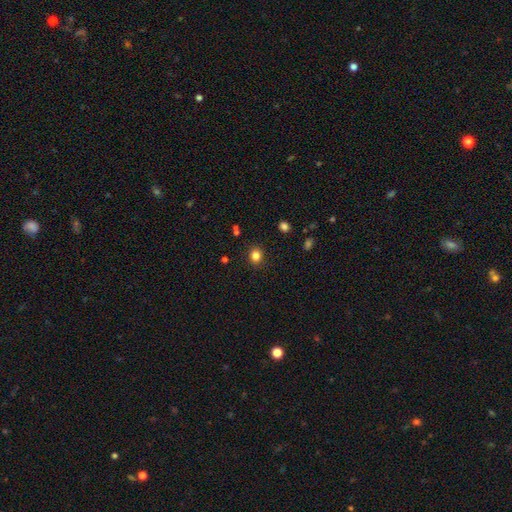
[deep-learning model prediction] Smooth or featured?
  - smooth: 83% *
  - star or artifact: 12%
  - featured or disk: 5%
How rounded?
  - round: 70% *
  - in between: 30%
  - cigar-shaped: 1%
Merging?
  - none: 88% *
  - minor disturbance: 8%
  - major disturbance: 2%
  - merger: 2%